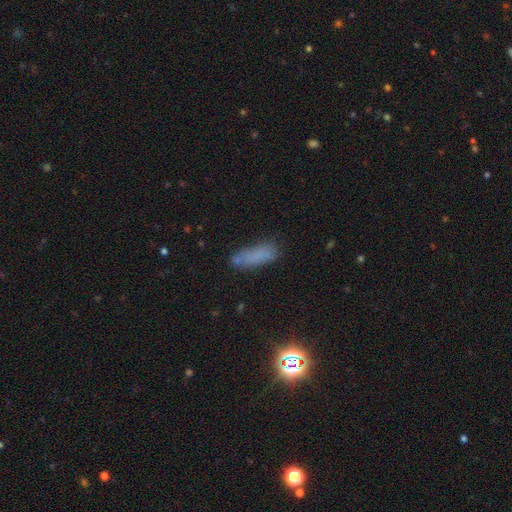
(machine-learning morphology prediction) type=smooth (70%); roundness=in between (49%); merging=none (65%).